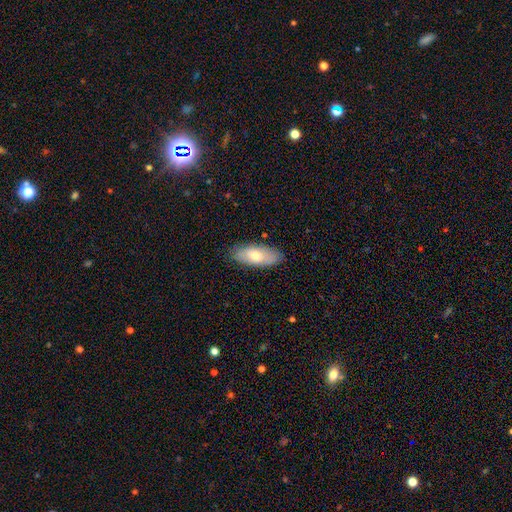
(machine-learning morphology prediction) This appears to be a smooth galaxy with no disk features (67%) that is in between round and cigar-shaped (86%). Merging: none (85%).